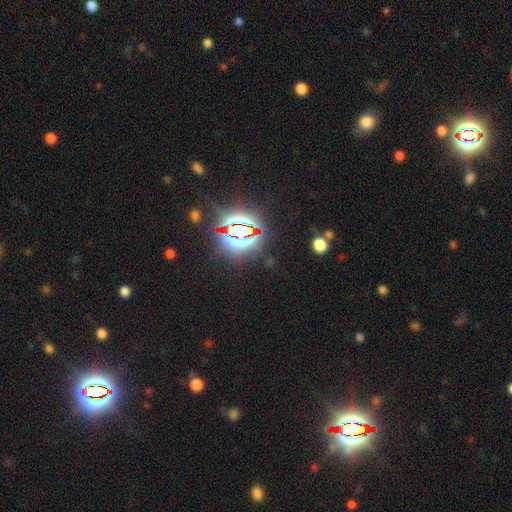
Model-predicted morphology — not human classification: Smooth or featured? Predicted: star or artifact (p=0.82).